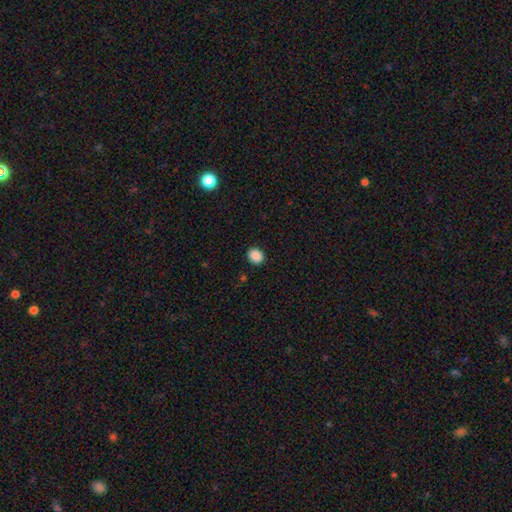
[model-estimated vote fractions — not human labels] smooth-or-featured: smooth: 88% | star or artifact: 9% | featured or disk: 2%
  how-rounded: round: 65% | in between: 34% | cigar-shaped: 1%
  merging: none: 91% | minor disturbance: 6% | major disturbance: 2% | merger: 1%